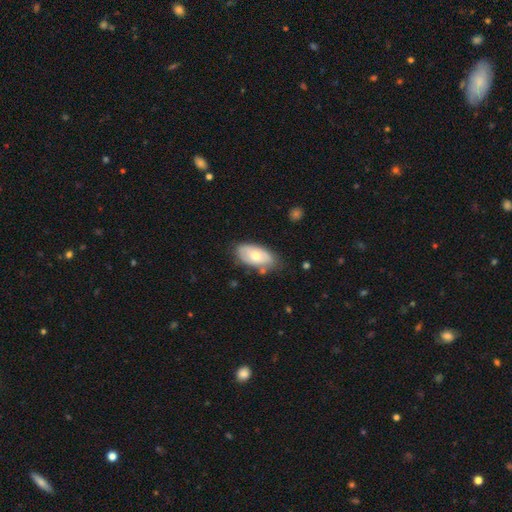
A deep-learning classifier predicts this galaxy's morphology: smooth_or_featured: smooth (p=0.56) [alt: featured or disk p=0.38]
how_rounded: in between (p=0.93) [alt: cigar-shaped p=0.04]
merging: none (p=0.70) [alt: minor disturbance p=0.21]